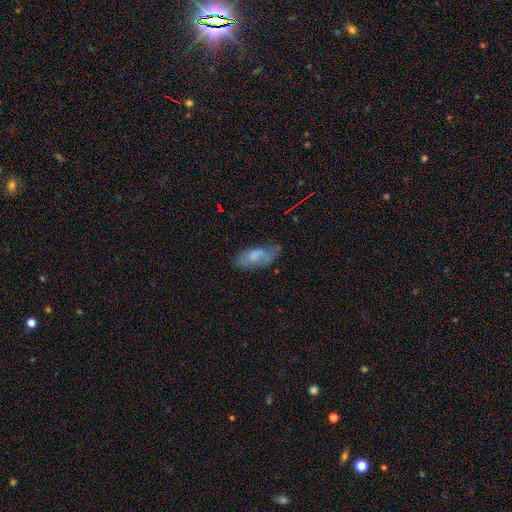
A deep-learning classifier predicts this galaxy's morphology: Smooth or featured? smooth (65%)
How rounded? in between (86%)
Merging? none (50%)